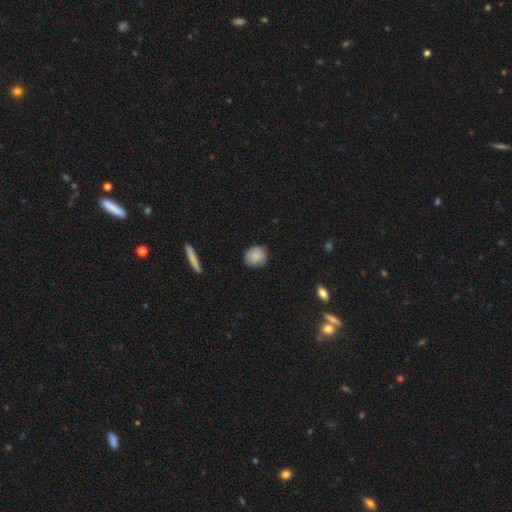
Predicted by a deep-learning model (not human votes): smooth_or_featured: smooth (p=0.87) [alt: star or artifact p=0.07]
how_rounded: round (p=0.84) [alt: in between p=0.15]
merging: none (p=0.84) [alt: minor disturbance p=0.13]